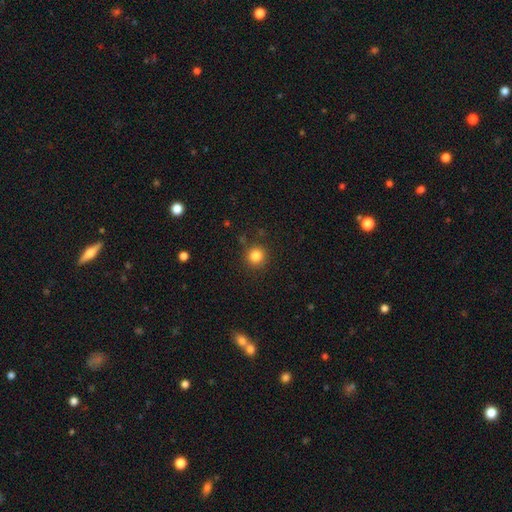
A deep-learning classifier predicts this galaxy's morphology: smooth 83%, star or artifact 12%, featured or disk 5%. Down the decision tree: how rounded — round (94%); merging — none (88%).